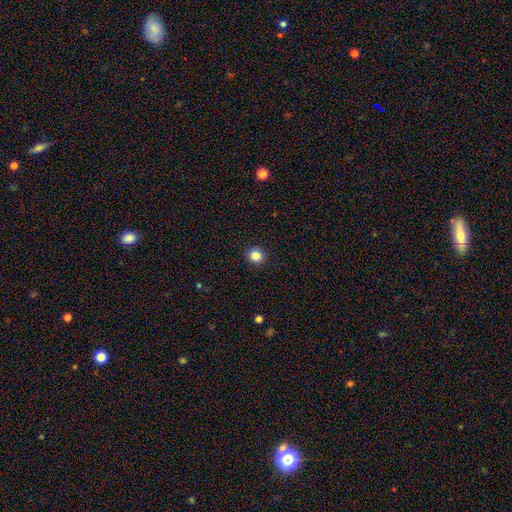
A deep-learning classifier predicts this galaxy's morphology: Q: Smooth or featured?
A: smooth (83%); runner-up: star or artifact (12%)
Q: How rounded?
A: round (85%); runner-up: in between (14%)
Q: Merging?
A: none (90%); runner-up: minor disturbance (7%)